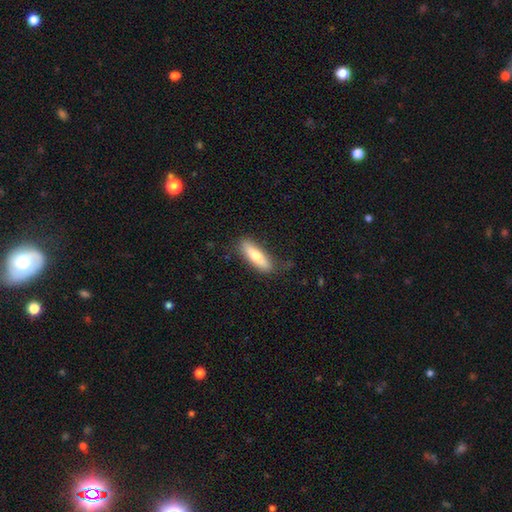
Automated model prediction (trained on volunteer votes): The model was most divided on "how rounded": cigar-shaped: 61%, in between: 37%, round: 2%. More confident: merging — none (80%); smooth or featured — smooth (75%).